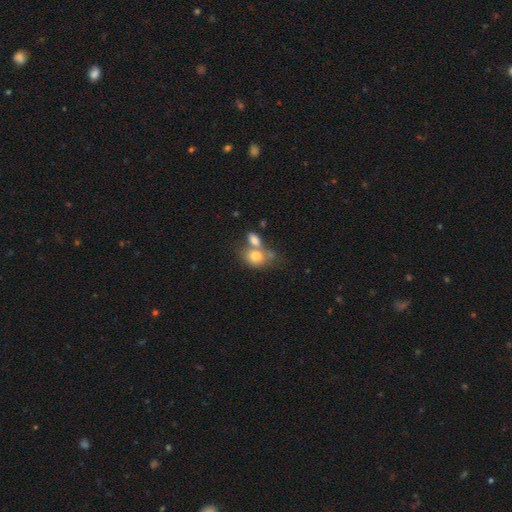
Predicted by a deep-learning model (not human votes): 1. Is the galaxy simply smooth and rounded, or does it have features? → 76% smooth, 15% featured or disk, 9% star or artifact.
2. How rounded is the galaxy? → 59% in between, 39% round, 2% cigar-shaped.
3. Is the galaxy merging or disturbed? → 52% merger, 31% none, 11% minor disturbance, 6% major disturbance.